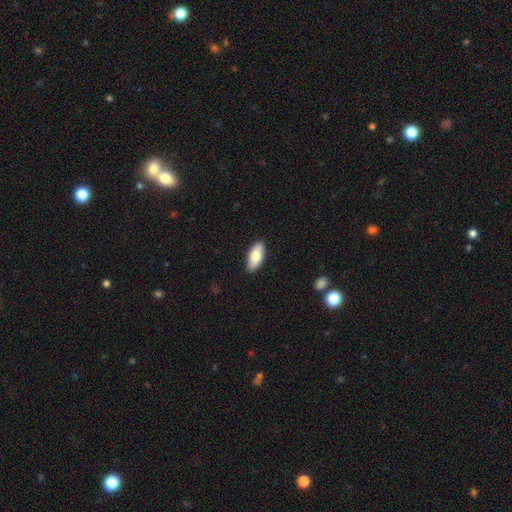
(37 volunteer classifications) Smooth or featured? smooth (78%)
How rounded? in between (66%)
Merging? none (79%)